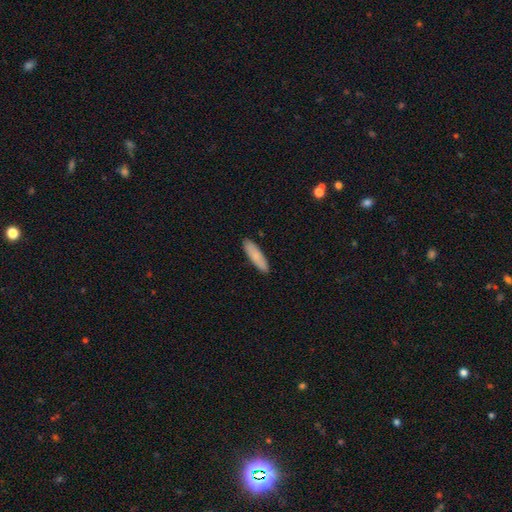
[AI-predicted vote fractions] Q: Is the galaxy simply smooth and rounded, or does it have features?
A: smooth — 83%.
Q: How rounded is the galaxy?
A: cigar-shaped — 68%.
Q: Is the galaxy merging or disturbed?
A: none — 89%.